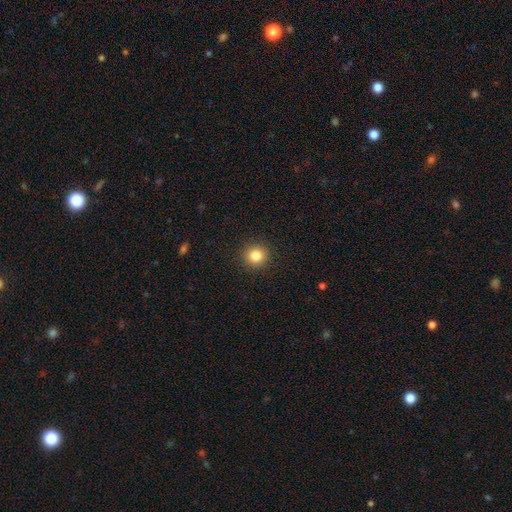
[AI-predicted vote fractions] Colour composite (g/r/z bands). It shows a smooth galaxy with no disk features (83%) that is round (93%). Merging: none (92%).